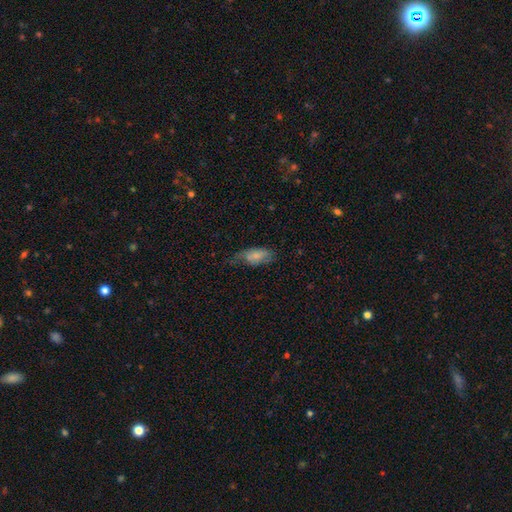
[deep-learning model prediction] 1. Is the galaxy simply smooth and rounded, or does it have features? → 70% smooth, 21% featured or disk, 8% star or artifact.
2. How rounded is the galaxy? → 85% in between, 12% cigar-shaped, 3% round.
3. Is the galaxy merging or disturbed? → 42% none, 35% minor disturbance, 21% major disturbance, 3% merger.